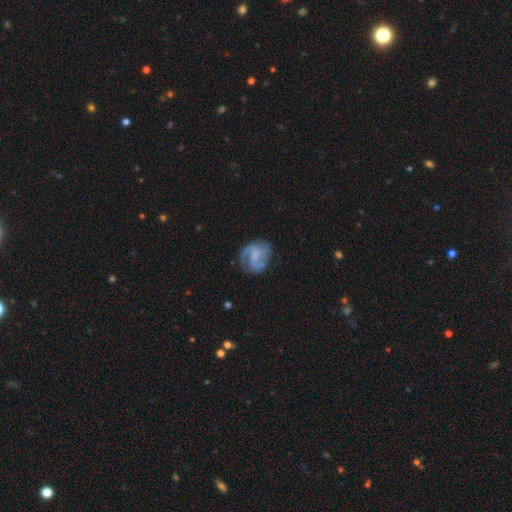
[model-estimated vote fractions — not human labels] Morphology: type=featured or disk (70%); edge-on=no (98%); bar=weak (48%); spiral arms=yes (88%); winding=medium (46%); arm count=2 (57%); bulge=none (44%); merging=none (61%).